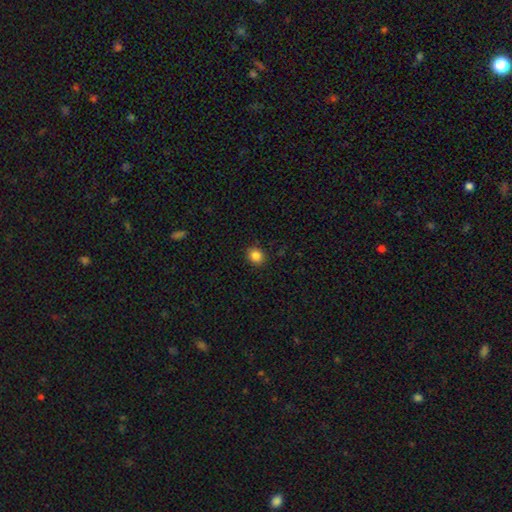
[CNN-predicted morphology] This appears to be a smooth galaxy with no disk features (85%) that is round (78%). Merging: none (90%).